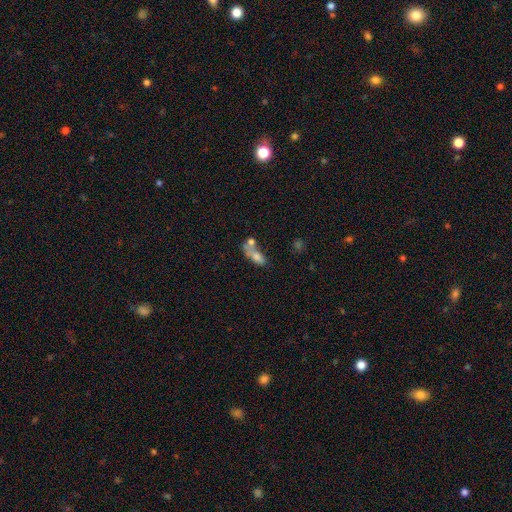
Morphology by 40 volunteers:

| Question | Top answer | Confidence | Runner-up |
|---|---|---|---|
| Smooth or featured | smooth | 52% | featured or disk (35%) |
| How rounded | in between | 67% | cigar-shaped (24%) |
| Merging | merger | 46% | minor disturbance (23%) |